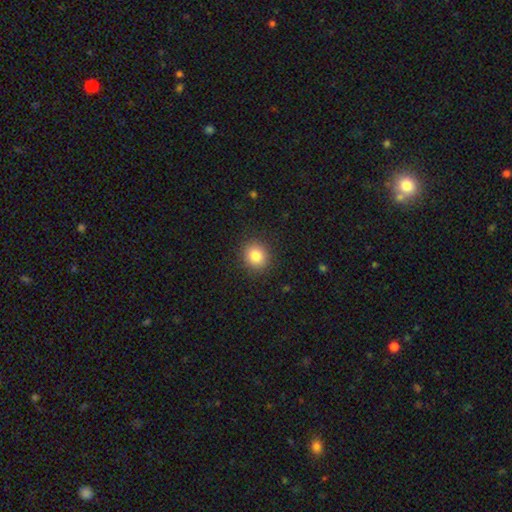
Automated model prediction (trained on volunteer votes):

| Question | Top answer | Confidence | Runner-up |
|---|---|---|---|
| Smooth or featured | smooth | 83% | star or artifact (10%) |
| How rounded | round | 79% | in between (20%) |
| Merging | none | 90% | minor disturbance (6%) |